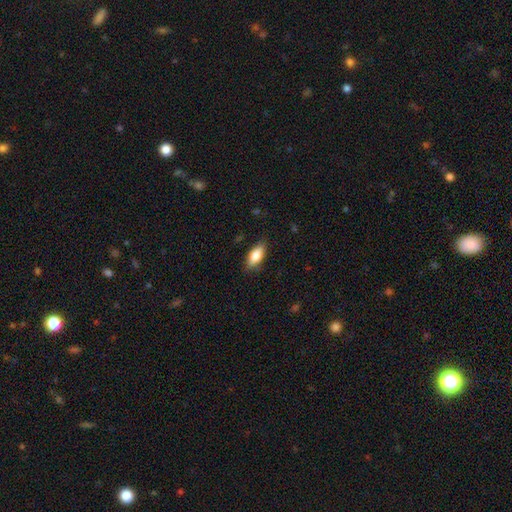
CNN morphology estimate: Q: Smooth or featured?
A: smooth (79%); runner-up: featured or disk (15%)
Q: How rounded?
A: in between (80%); runner-up: cigar-shaped (17%)
Q: Merging?
A: none (84%); runner-up: minor disturbance (13%)